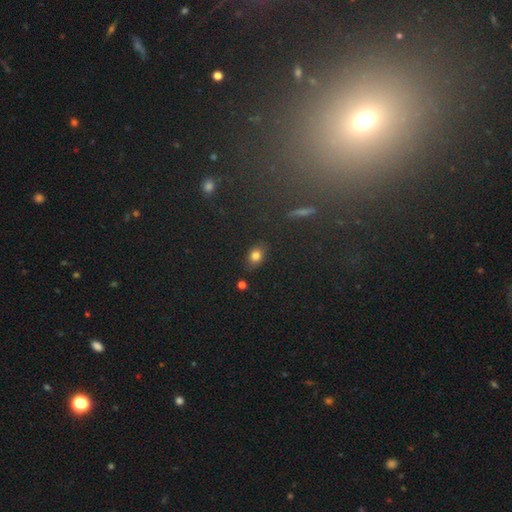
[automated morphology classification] This is likely a smooth galaxy (79%). How rounded: likely in between (66%). Merging: clearly none (83%).